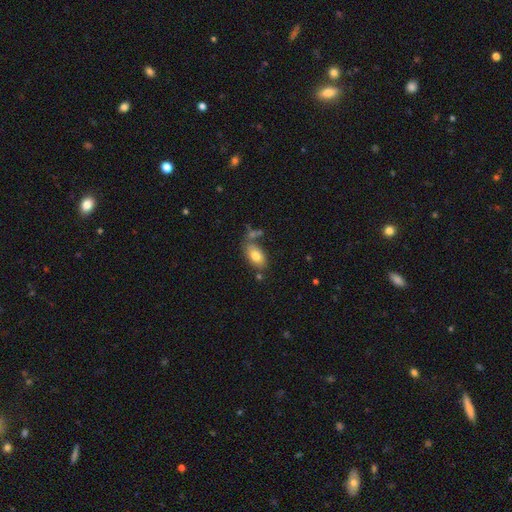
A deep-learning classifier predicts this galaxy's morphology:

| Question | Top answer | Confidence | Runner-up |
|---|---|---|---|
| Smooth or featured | smooth | 78% | featured or disk (14%) |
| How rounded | in between | 92% | round (5%) |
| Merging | none | 67% | minor disturbance (16%) |